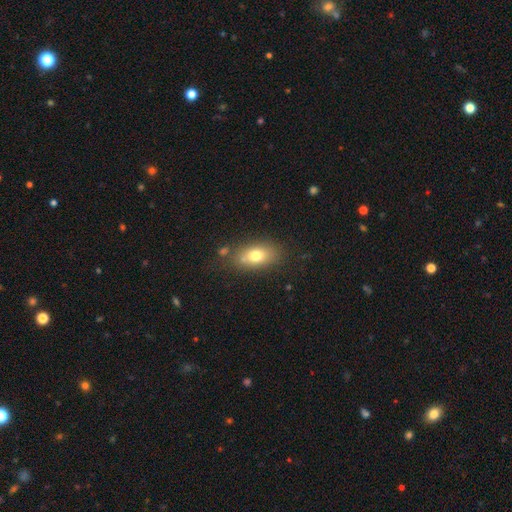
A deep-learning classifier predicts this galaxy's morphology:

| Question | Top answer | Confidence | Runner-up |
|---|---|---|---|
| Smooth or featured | smooth | 75% | featured or disk (16%) |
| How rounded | in between | 84% | round (12%) |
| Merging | none | 70% | minor disturbance (16%) |